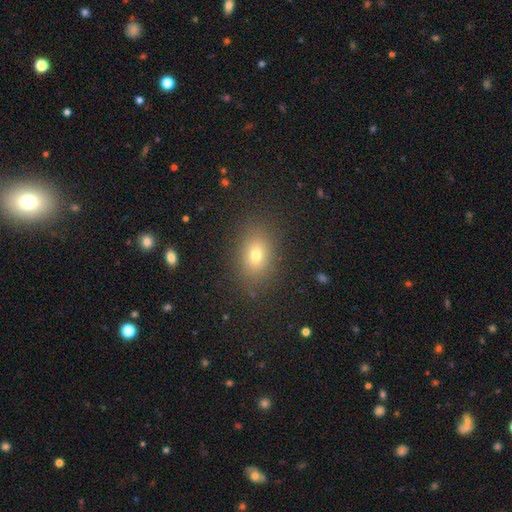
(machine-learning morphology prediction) This appears to be a smooth galaxy with no disk features (71%) that is in between round and cigar-shaped (72%). Merging: none (85%).